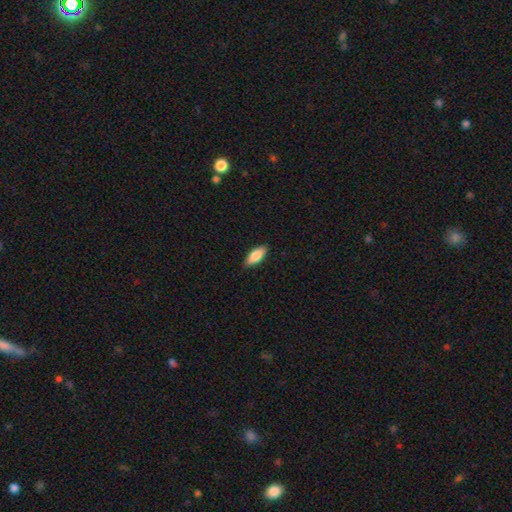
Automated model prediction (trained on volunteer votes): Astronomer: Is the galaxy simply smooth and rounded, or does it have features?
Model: smooth — 84%.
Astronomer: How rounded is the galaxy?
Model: in between — 80%.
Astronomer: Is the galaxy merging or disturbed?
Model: none — 88%.